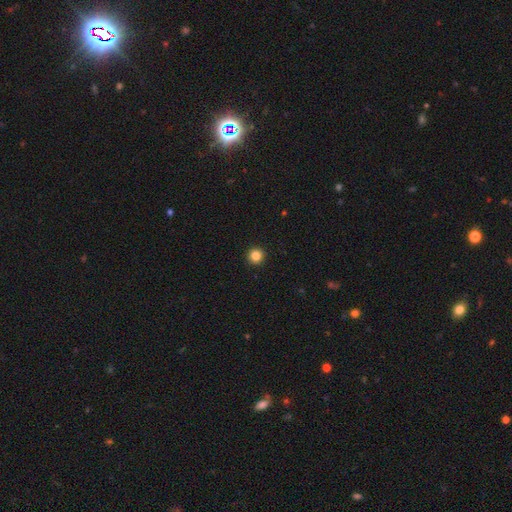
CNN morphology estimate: Q: Smooth or featured?
A: smooth (84%); runner-up: star or artifact (12%)
Q: How rounded?
A: round (96%); runner-up: in between (3%)
Q: Merging?
A: none (94%); runner-up: minor disturbance (4%)